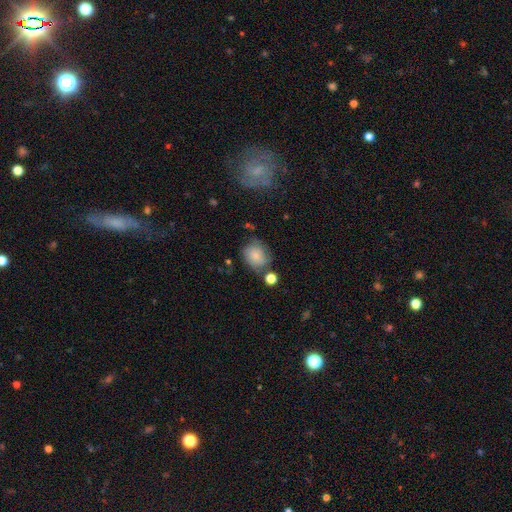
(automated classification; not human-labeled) Q: Smooth or featured?
A: smooth (75%); runner-up: featured or disk (15%)
Q: How rounded?
A: round (57%); runner-up: in between (42%)
Q: Merging?
A: none (59%); runner-up: minor disturbance (24%)